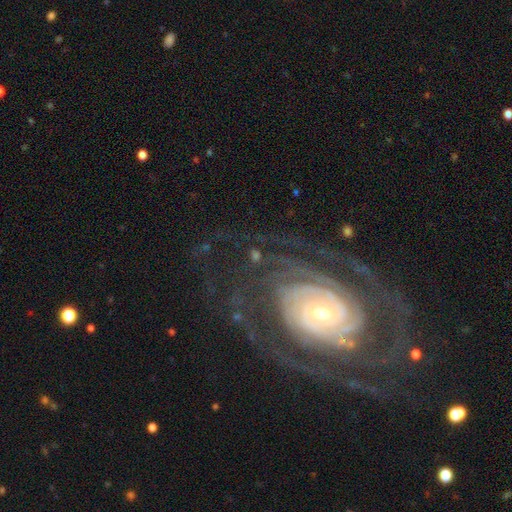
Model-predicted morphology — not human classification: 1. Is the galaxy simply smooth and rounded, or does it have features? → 73% featured or disk, 16% star or artifact, 12% smooth.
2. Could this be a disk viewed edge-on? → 96% no, 4% yes.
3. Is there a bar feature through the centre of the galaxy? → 53% no, 30% weak, 17% strong.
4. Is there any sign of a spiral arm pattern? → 93% yes, 7% no.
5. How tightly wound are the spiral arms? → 63% tight, 27% medium, 10% loose.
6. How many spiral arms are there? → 27% can't tell, 23% 2, 18% 3, 12% 4, 11% more than 4, 10% 1.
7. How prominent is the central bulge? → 61% small, 31% moderate, 3% large, 3% none, 2% dominant.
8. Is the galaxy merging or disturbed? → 67% none, 15% major disturbance, 14% minor disturbance, 4% merger.